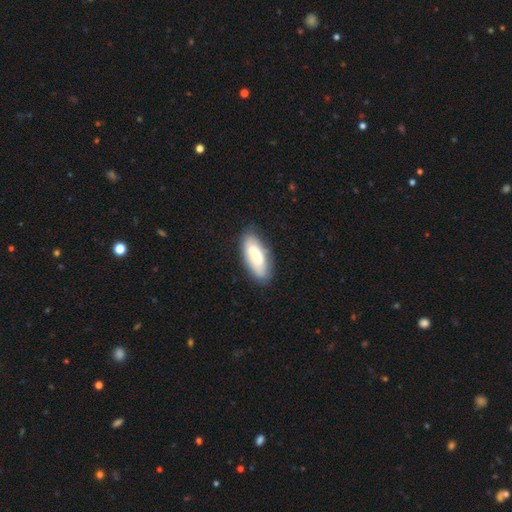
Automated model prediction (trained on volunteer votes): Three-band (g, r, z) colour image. It shows a smooth galaxy with no disk features (71%) that is in between round and cigar-shaped (75%). Merging: none (77%).